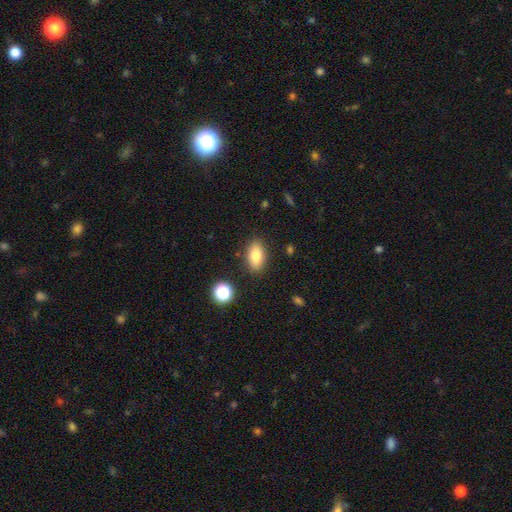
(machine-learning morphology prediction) Smooth or featured? Predicted: smooth (p=0.80). How rounded? Predicted: in between (p=0.88). Merging? Predicted: none (p=0.85).